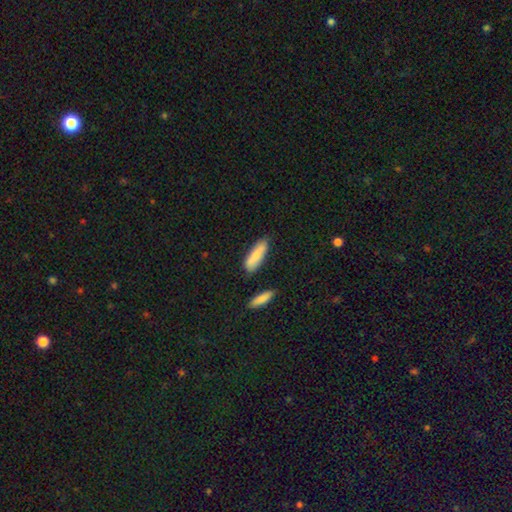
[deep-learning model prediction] A smooth galaxy with no disk features (79%) that is cigar-shaped (51%). Merging: none (79%).